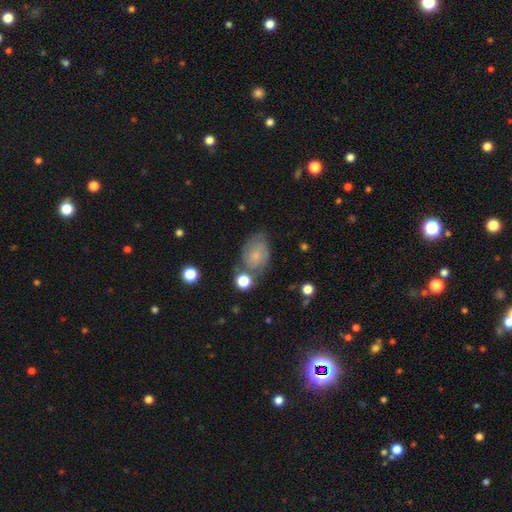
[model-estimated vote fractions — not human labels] featured or disk 47%, smooth 42%, star or artifact 11%. Down the decision tree: merging — none (57%).